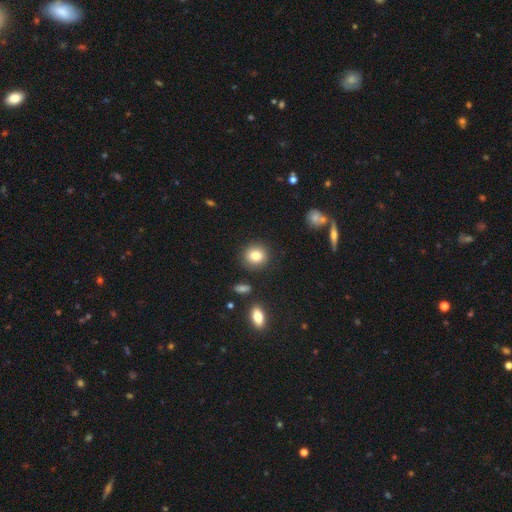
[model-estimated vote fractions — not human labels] Morphology: type=smooth (82%); roundness=round (86%); merging=none (88%).